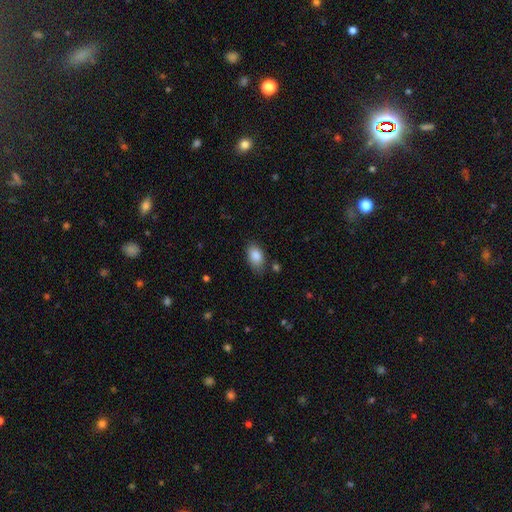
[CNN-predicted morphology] Smooth or featured: smooth — 87% (star or artifact — 7%)
How rounded: in between — 91% (round — 7%)
Merging: none — 74% (minor disturbance — 19%)